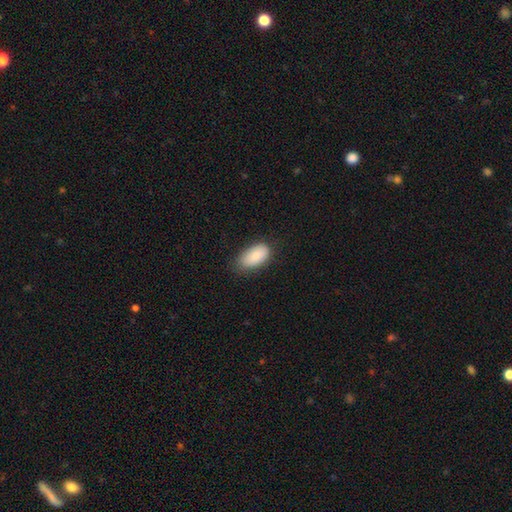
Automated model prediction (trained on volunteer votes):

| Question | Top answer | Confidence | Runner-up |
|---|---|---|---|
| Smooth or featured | smooth | 87% | star or artifact (7%) |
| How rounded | in between | 94% | cigar-shaped (3%) |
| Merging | none | 71% | minor disturbance (23%) |